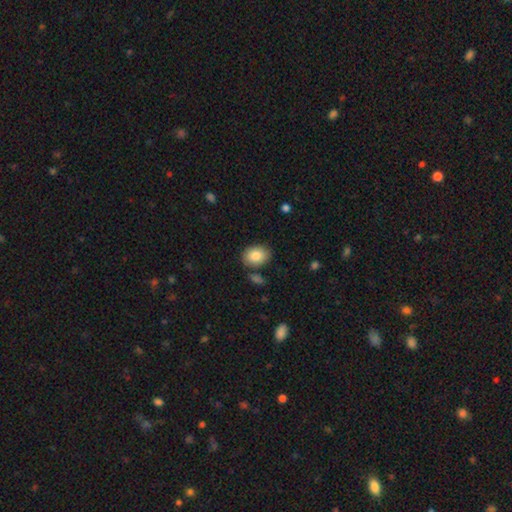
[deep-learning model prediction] A smooth galaxy with no disk features (83%) that is in between round and cigar-shaped (72%). Merging: none (78%).